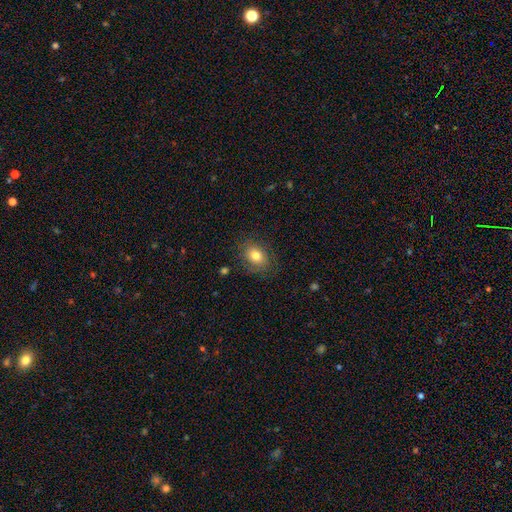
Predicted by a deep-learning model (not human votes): This appears to be a smooth galaxy with no disk features (78%) that is in between round and cigar-shaped (61%). Merging: none (81%).